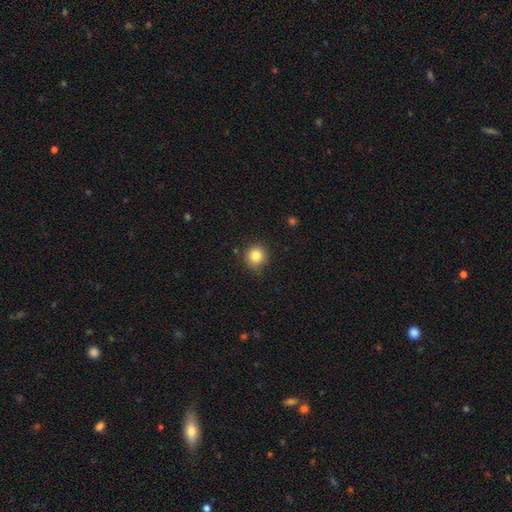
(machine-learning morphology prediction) smooth_or_featured: smooth (p=0.83) [alt: star or artifact p=0.11]
how_rounded: round (p=0.87) [alt: in between p=0.12]
merging: none (p=0.83) [alt: minor disturbance p=0.13]